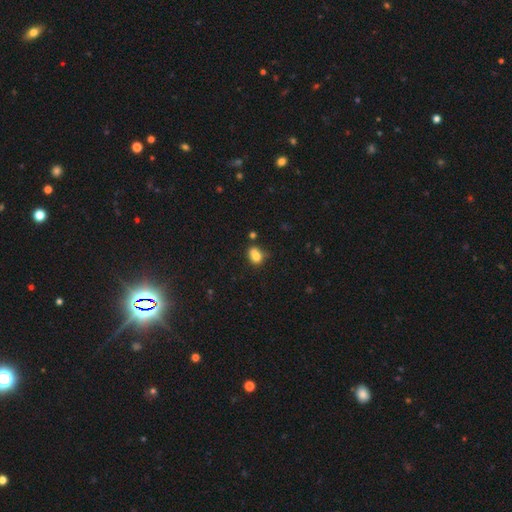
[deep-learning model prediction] smooth-or-featured: smooth: 79% | star or artifact: 11% | featured or disk: 11%
  how-rounded: in between: 60% | round: 38% | cigar-shaped: 1%
  merging: none: 46% | minor disturbance: 26% | merger: 20% | major disturbance: 8%